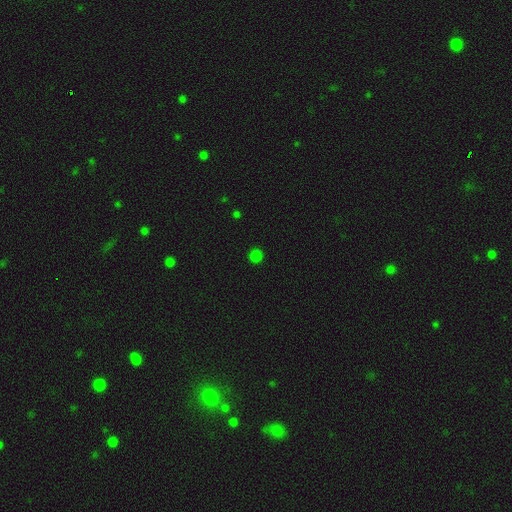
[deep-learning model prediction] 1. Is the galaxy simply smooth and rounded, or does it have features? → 78% smooth, 19% star or artifact, 3% featured or disk.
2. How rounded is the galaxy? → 93% round, 6% in between, 1% cigar-shaped.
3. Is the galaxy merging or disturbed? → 91% none, 6% minor disturbance, 2% major disturbance, 1% merger.